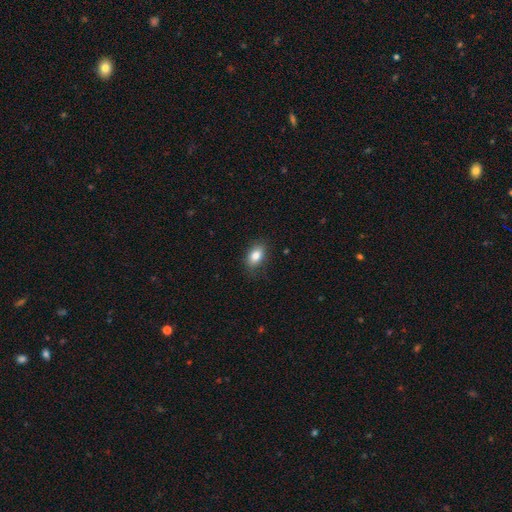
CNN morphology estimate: This appears to be a smooth galaxy with no disk features (83%) that is in between round and cigar-shaped (87%). Merging: none (82%).